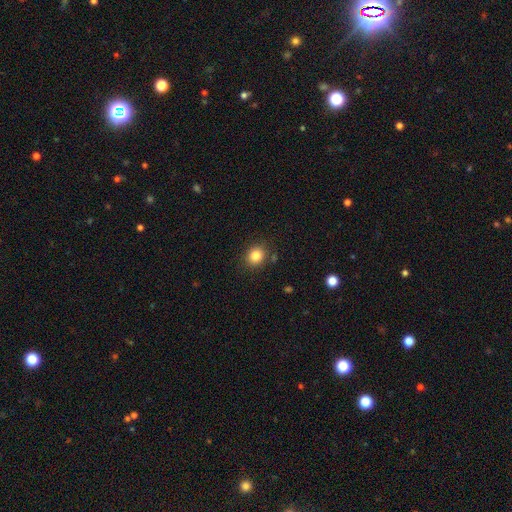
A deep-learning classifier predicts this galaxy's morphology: This is clearly a smooth galaxy (84%). How rounded: likely round (75%). Merging: clearly none (85%).